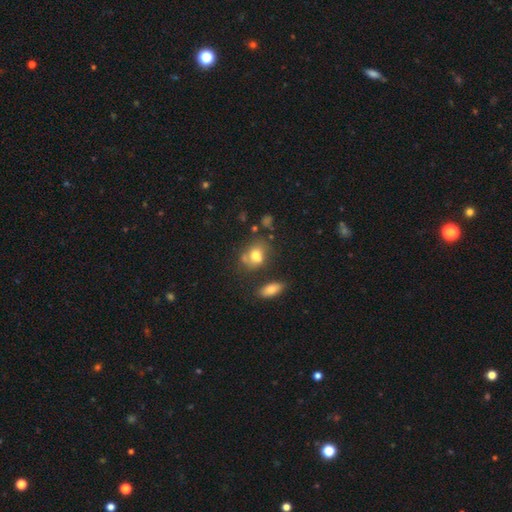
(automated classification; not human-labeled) This appears to be a smooth galaxy with no disk features (74%) that is in between round and cigar-shaped (56%). Merging: none (53%).